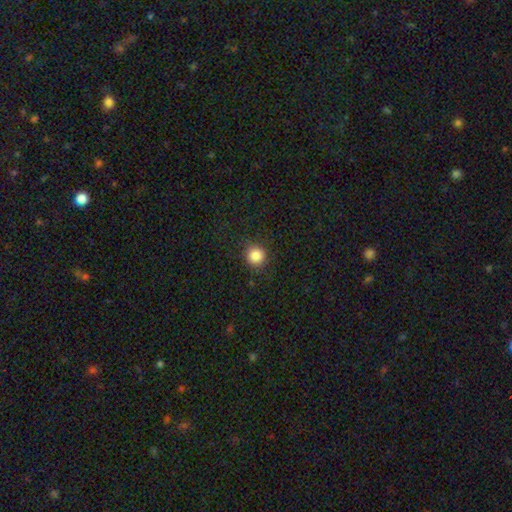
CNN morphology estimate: A smooth galaxy with no disk features (85%) that is round (93%). Merging: none (89%).